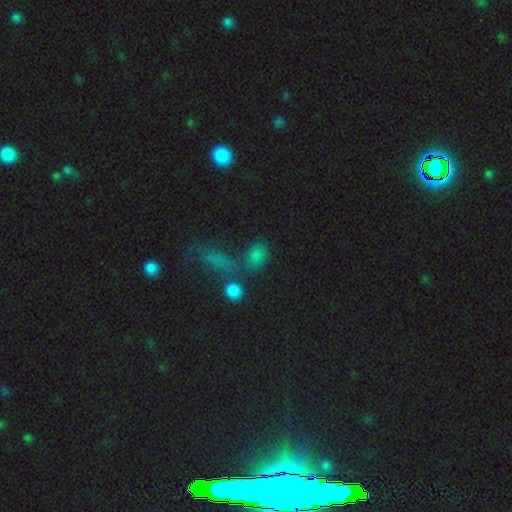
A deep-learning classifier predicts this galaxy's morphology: smooth-or-featured: smooth: 72% | star or artifact: 20% | featured or disk: 8%
  how-rounded: in between: 67% | round: 26% | cigar-shaped: 7%
  merging: none: 55% | merger: 23% | minor disturbance: 14% | major disturbance: 9%